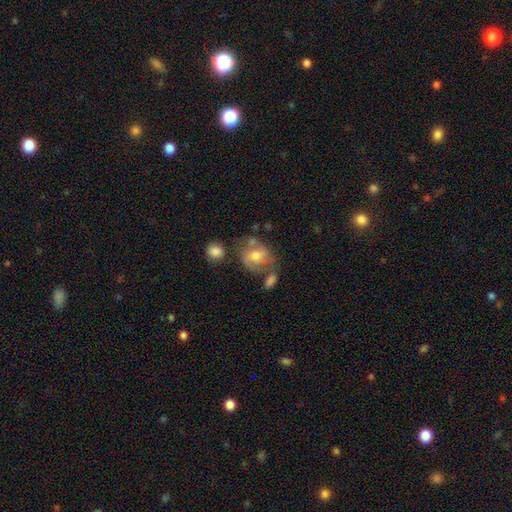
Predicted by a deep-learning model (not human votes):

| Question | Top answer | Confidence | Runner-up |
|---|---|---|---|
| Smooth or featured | featured or disk | 46% | smooth (44%) |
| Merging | none | 47% | minor disturbance (22%) |